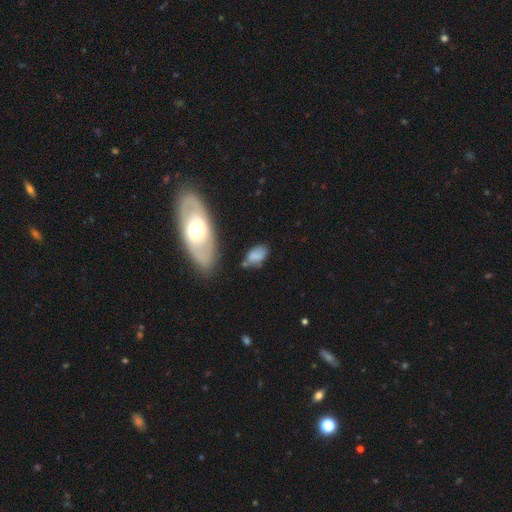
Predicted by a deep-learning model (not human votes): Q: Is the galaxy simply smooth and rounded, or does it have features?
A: smooth — 70%.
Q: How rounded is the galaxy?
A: in between — 90%.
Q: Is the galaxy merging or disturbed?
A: none — 55%.